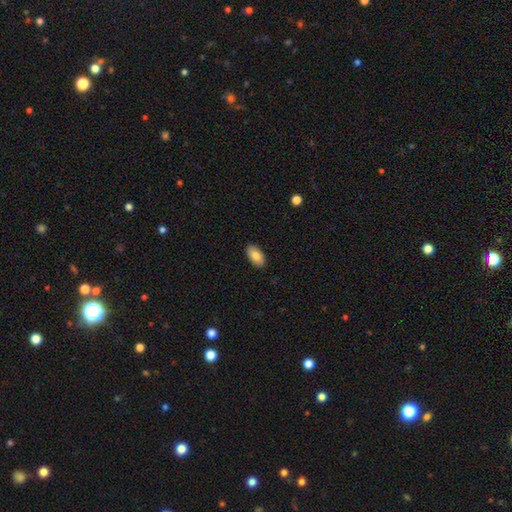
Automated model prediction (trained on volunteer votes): smooth-or-featured: smooth: 82% | featured or disk: 12% | star or artifact: 6%
  how-rounded: in between: 94% | round: 3% | cigar-shaped: 2%
  merging: none: 89% | minor disturbance: 8% | major disturbance: 2% | merger: 1%